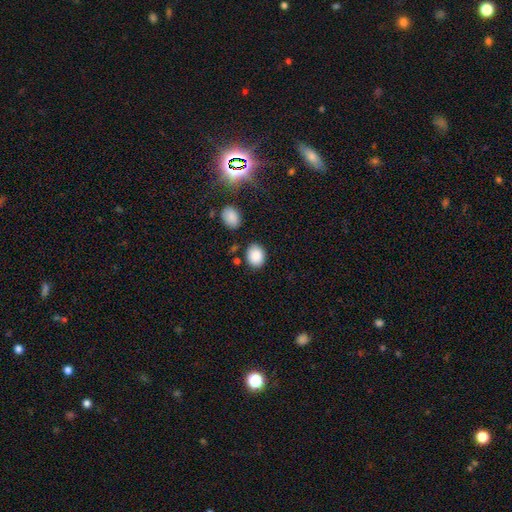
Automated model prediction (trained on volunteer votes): The model was most divided on "how rounded": in between: 55%, round: 44%, cigar-shaped: 1%. More confident: smooth or featured — smooth (88%); merging — none (80%).